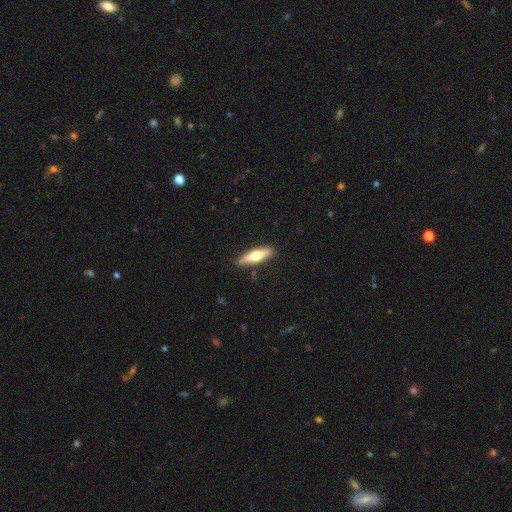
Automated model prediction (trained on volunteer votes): smooth 49%, featured or disk 46%, star or artifact 5%. Down the decision tree: merging — none (87%).